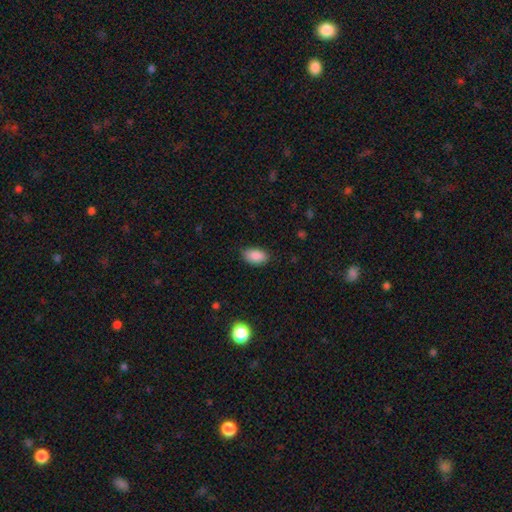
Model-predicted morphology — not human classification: Smooth or featured? Predicted: smooth (p=0.89). How rounded? Predicted: in between (p=0.92). Merging? Predicted: none (p=0.82).